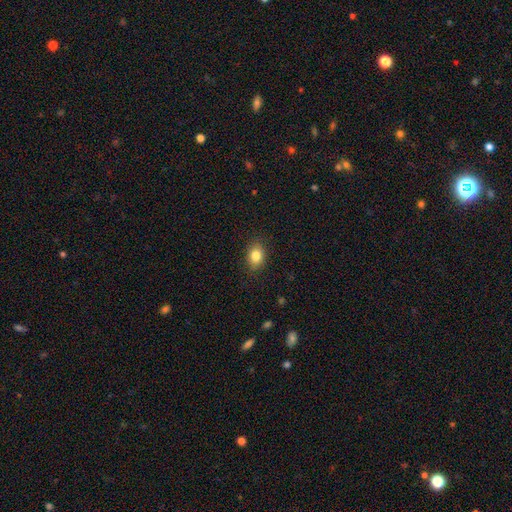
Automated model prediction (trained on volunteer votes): Overall: smooth (83%). How rounded: in between (68%; round 30%). Merging: none (86%).